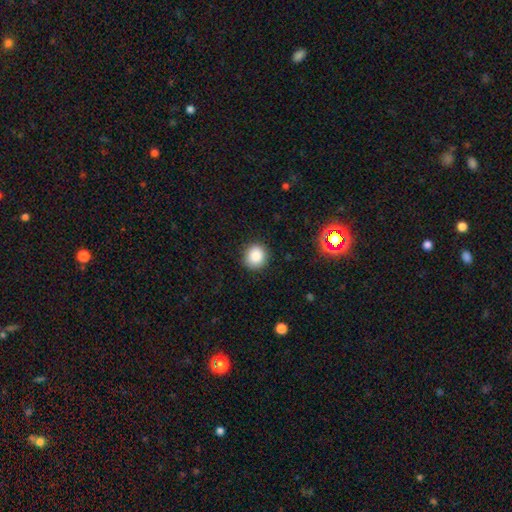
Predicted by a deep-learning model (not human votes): A smooth galaxy with no disk features (86%) that is round (90%). Merging: none (90%).